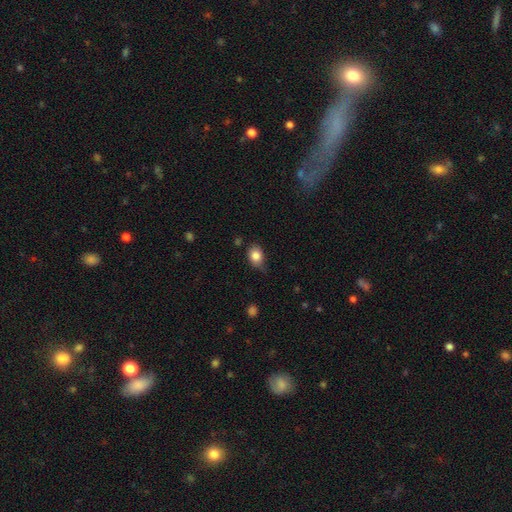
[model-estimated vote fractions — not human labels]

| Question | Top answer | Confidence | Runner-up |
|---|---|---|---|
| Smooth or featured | smooth | 83% | star or artifact (9%) |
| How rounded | in between | 63% | round (35%) |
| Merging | none | 60% | minor disturbance (32%) |